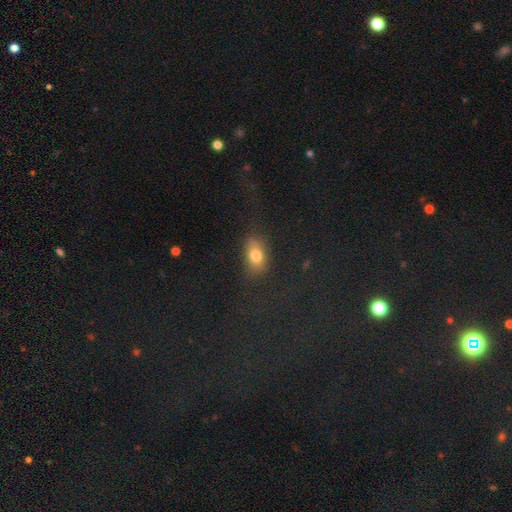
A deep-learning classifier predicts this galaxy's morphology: Smooth or featured: smooth — 77% (featured or disk — 13%)
How rounded: in between — 81% (round — 13%)
Merging: none — 75% (minor disturbance — 17%)